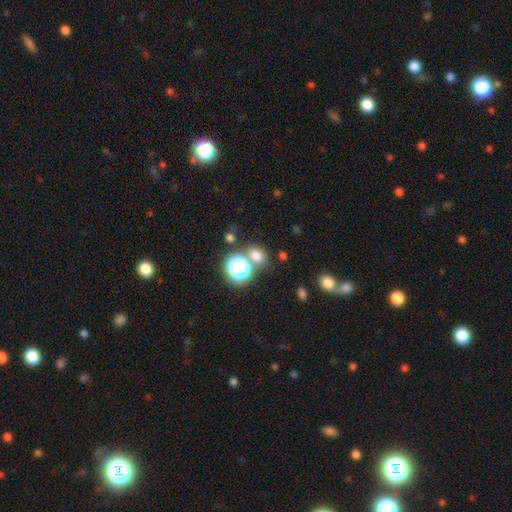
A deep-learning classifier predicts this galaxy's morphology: Overall: smooth (69%). How rounded: round (61%; in between 38%). Merging: none (63%).